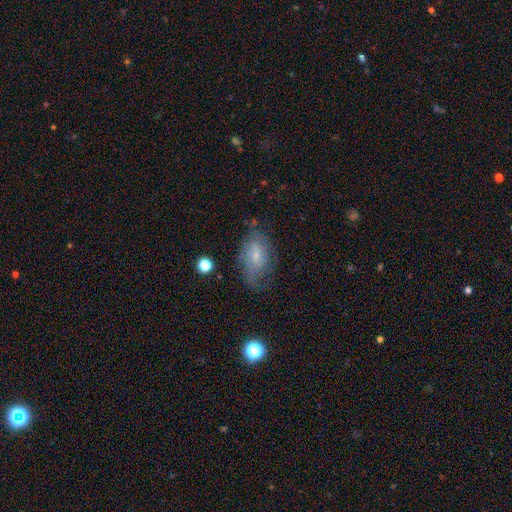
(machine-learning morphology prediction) Q: Smooth or featured?
A: featured or disk (50%); runner-up: smooth (41%)
Q: Edge-on disk?
A: no (93%); runner-up: yes (7%)
Q: Merging?
A: none (55%); runner-up: minor disturbance (27%)